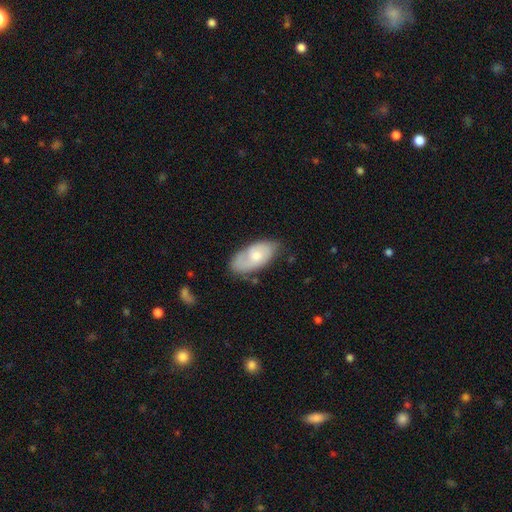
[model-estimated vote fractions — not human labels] This appears to be a smooth galaxy with no disk features (53%) that is in between round and cigar-shaped (93%). Merging: none (64%).